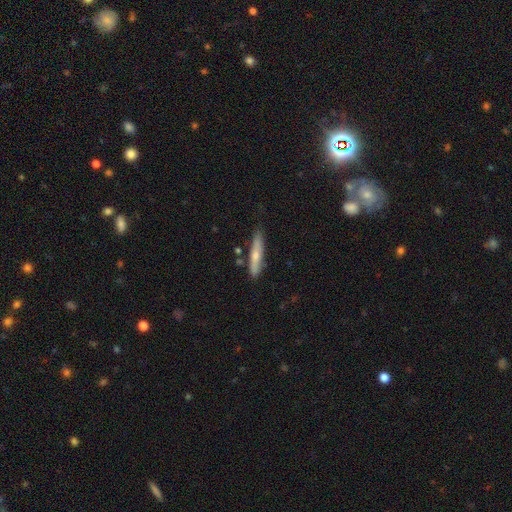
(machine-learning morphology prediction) Smooth or featured: smooth — 59% (featured or disk — 35%)
How rounded: cigar-shaped — 85% (in between — 13%)
Merging: none — 78% (minor disturbance — 15%)